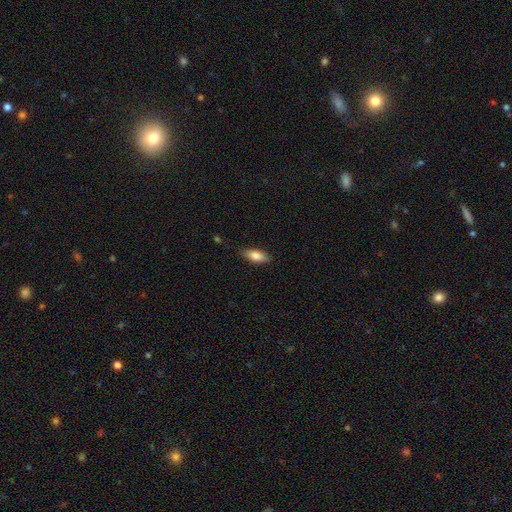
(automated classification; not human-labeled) This appears to be a smooth galaxy with no disk features (78%) that is in between round and cigar-shaped (74%). Merging: none (84%).